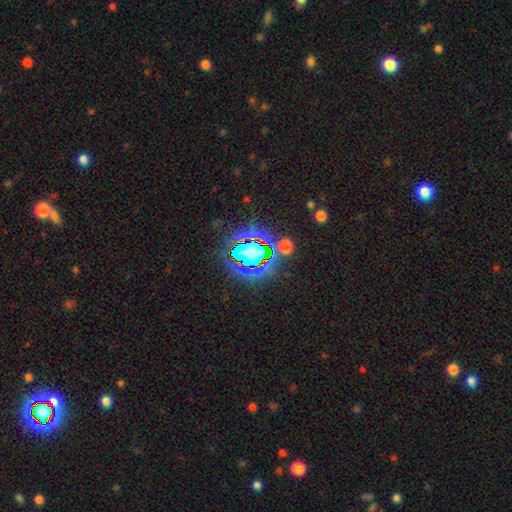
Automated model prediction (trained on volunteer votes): This appears to be a star or artifact, not a galaxy (78%).